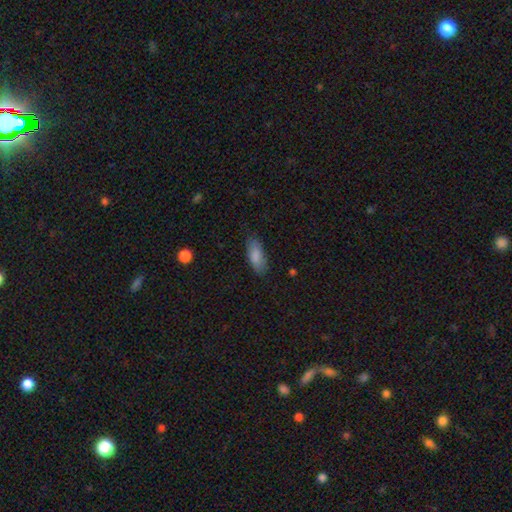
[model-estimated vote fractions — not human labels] smooth 86%, featured or disk 7%, star or artifact 6%. Down the decision tree: how rounded — in between (79%); merging — none (82%).